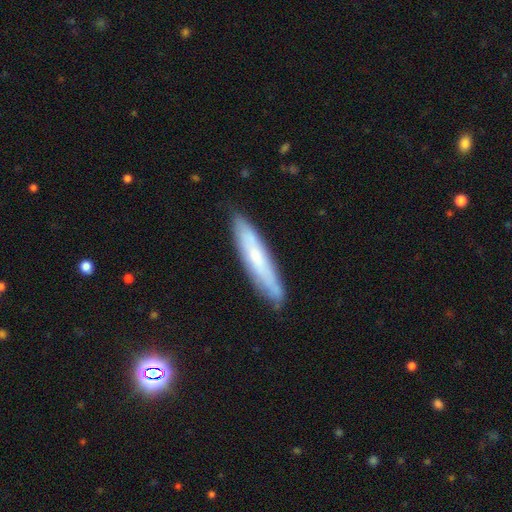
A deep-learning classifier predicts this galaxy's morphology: smooth-or-featured: smooth: 56% | featured or disk: 38% | star or artifact: 6%
  how-rounded: cigar-shaped: 87% | in between: 12% | round: 1%
  merging: none: 82% | minor disturbance: 14% | major disturbance: 2% | merger: 2%